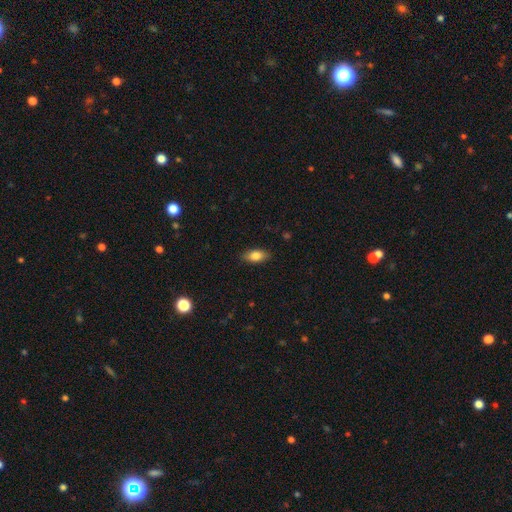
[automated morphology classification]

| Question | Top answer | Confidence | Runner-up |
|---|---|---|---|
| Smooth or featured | smooth | 82% | featured or disk (11%) |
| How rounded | in between | 86% | cigar-shaped (10%) |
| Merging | none | 87% | minor disturbance (9%) |